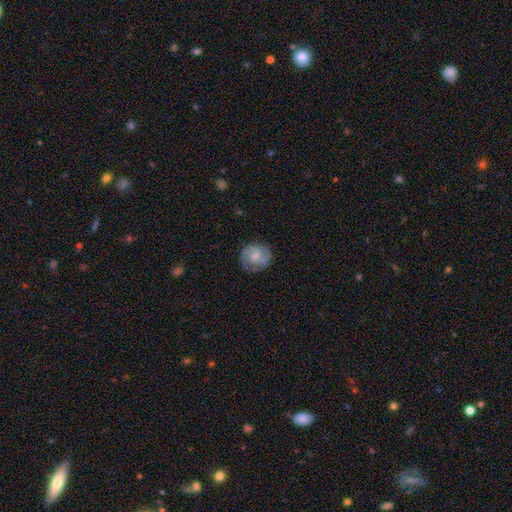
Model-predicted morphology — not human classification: type=featured or disk (61%); edge-on=no (98%); bar=no (54%); spiral arms=yes (91%); winding=medium (45%); arm count=2 (75%); bulge=moderate (43%); merging=none (76%).